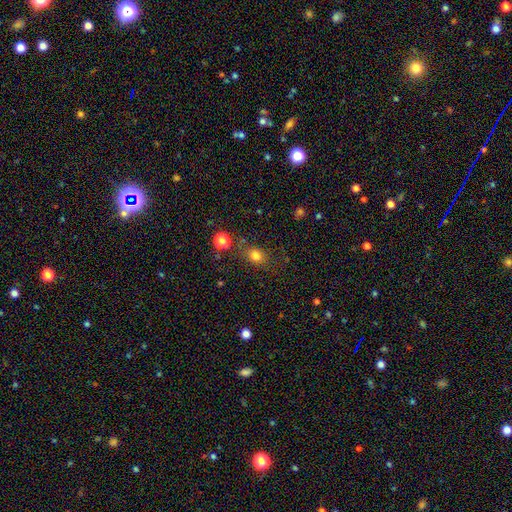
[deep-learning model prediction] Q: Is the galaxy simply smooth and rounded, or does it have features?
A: smooth — 79%.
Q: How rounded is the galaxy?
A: in between — 49%, tied with round.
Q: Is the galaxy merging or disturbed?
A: none — 73%.